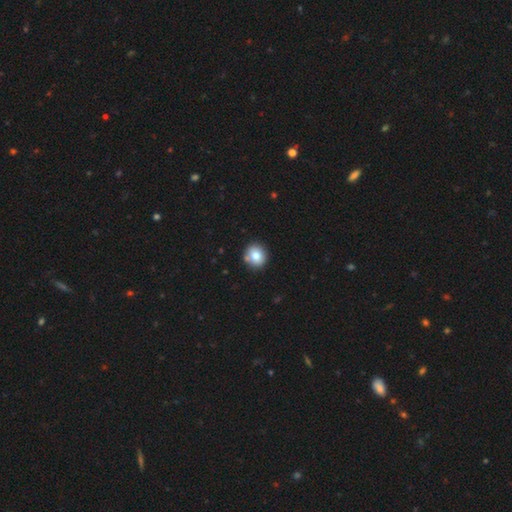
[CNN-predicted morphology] smooth_or_featured: smooth (p=0.81) [alt: featured or disk p=0.10]
how_rounded: round (p=0.82) [alt: in between p=0.17]
merging: none (p=0.80) [alt: minor disturbance p=0.11]